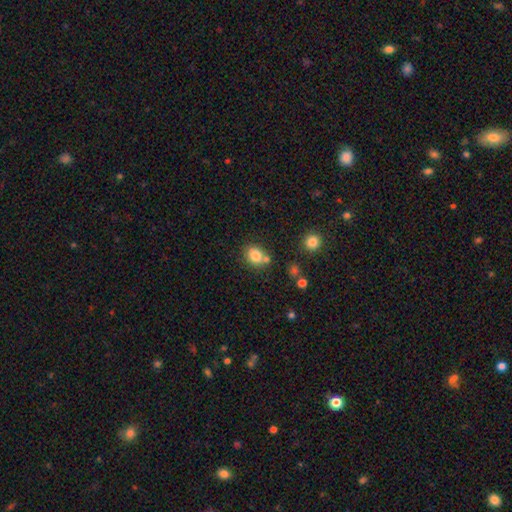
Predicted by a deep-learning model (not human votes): This appears to be a smooth galaxy with no disk features (82%) that is round (64%). Merging: none (63%).